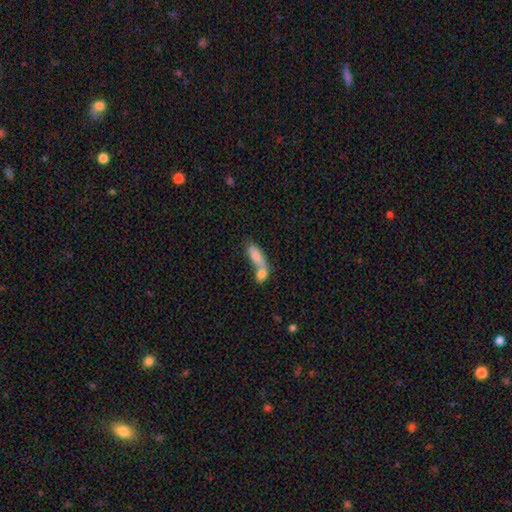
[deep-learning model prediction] This is likely a smooth galaxy (78%). How rounded: likely in between (67%). Merging: likely merger (66%).